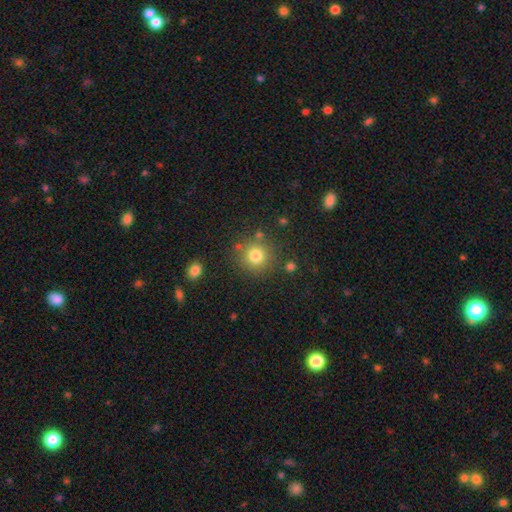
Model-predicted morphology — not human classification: Smooth or featured? smooth (80%)
How rounded? round (93%)
Merging? none (82%)